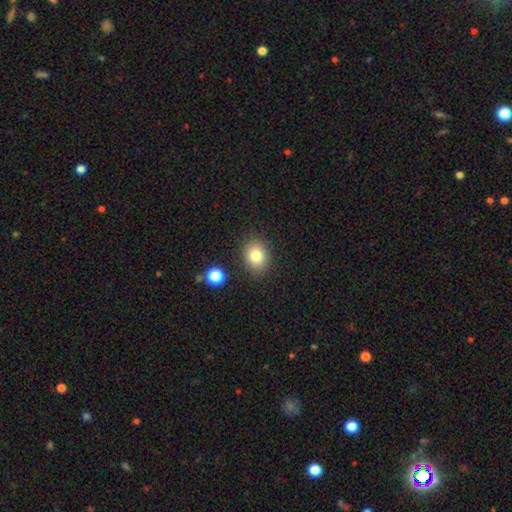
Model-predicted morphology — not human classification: smooth-or-featured: smooth: 81% | star or artifact: 11% | featured or disk: 8%
  how-rounded: in between: 50% | round: 49% | cigar-shaped: 1%
  merging: none: 85% | minor disturbance: 10% | major disturbance: 3% | merger: 3%